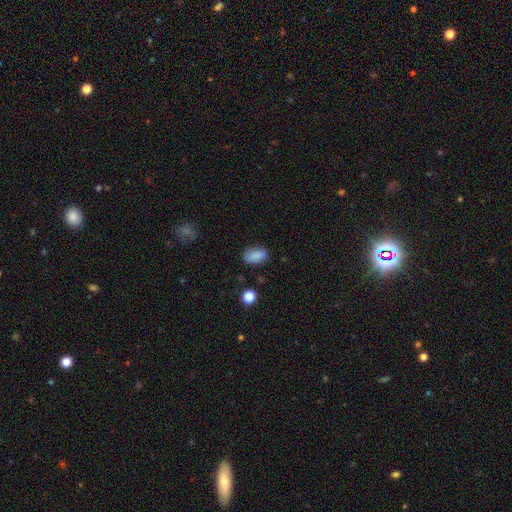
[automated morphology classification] smooth 85%, star or artifact 9%, featured or disk 6%. Down the decision tree: how rounded — in between (88%); merging — none (78%).